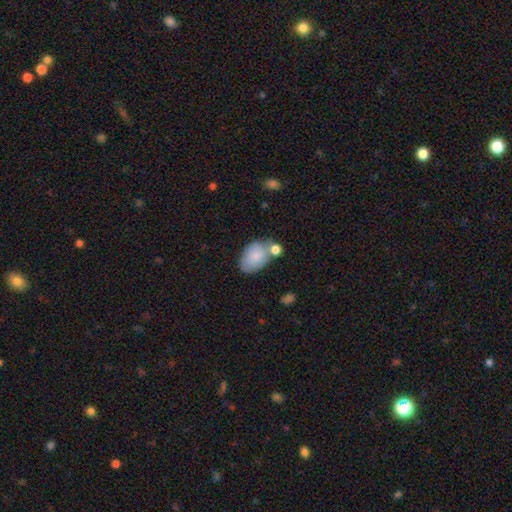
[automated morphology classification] type=smooth (80%); roundness=in between (89%); merging=none (49%).